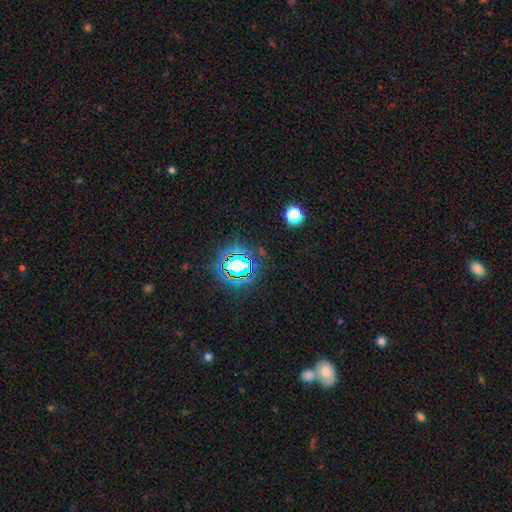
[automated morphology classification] star or artifact 75%, smooth 17%, featured or disk 8%.